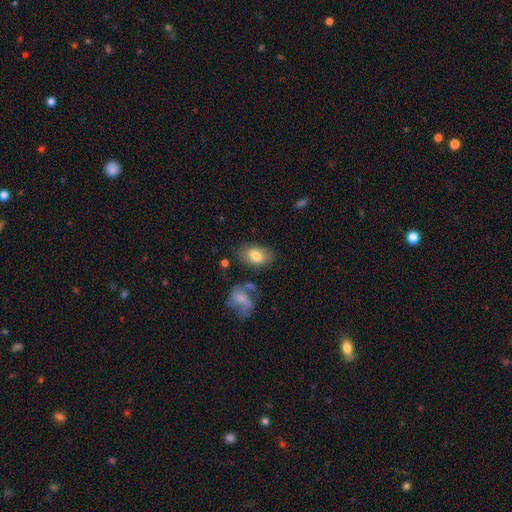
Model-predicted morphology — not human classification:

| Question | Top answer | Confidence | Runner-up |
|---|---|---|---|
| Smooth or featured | smooth | 78% | featured or disk (15%) |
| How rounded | in between | 90% | round (9%) |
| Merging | none | 74% | minor disturbance (16%) |